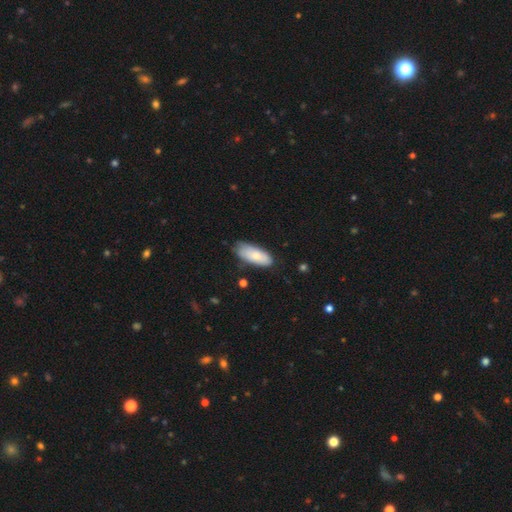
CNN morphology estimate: Smooth or featured? smooth (72%)
How rounded? in between (83%)
Merging? none (68%)